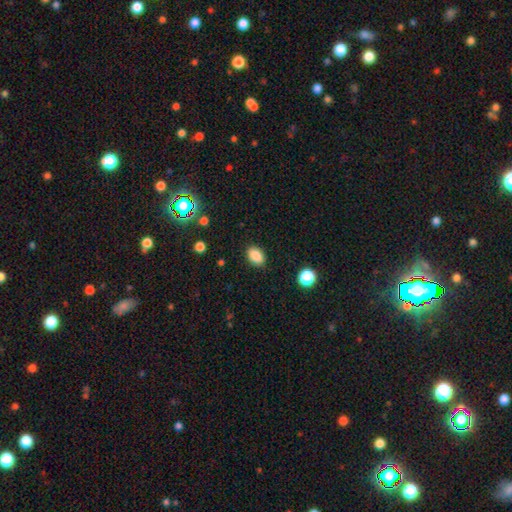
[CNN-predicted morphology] A smooth galaxy with no disk features (87%) that is in between round and cigar-shaped (82%). Merging: none (87%).